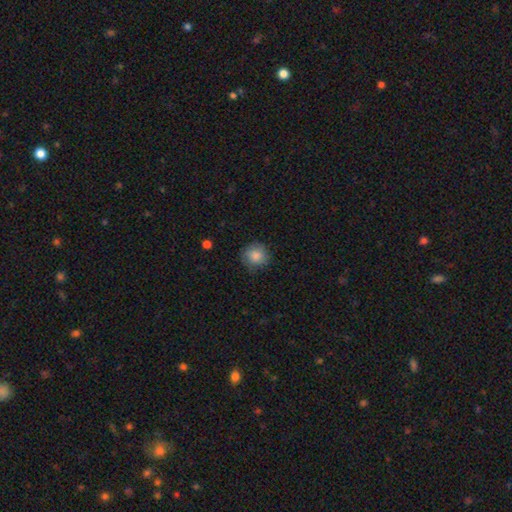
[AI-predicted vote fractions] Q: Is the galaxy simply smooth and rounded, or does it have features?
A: smooth — 86%.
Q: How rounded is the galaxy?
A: round — 90%.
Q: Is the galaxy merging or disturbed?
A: none — 80%.